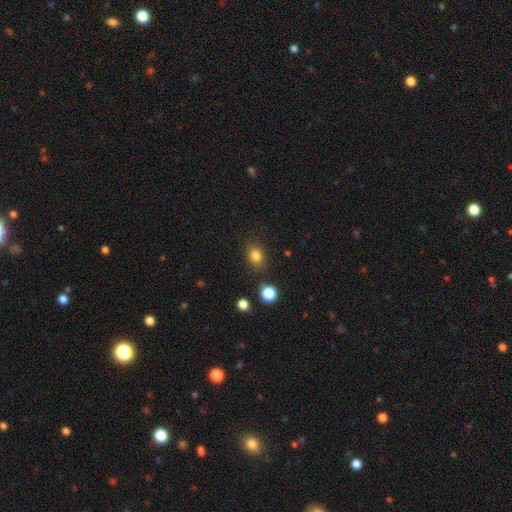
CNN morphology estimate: Smooth or featured? smooth (83%)
How rounded? in between (55%)
Merging? none (82%)